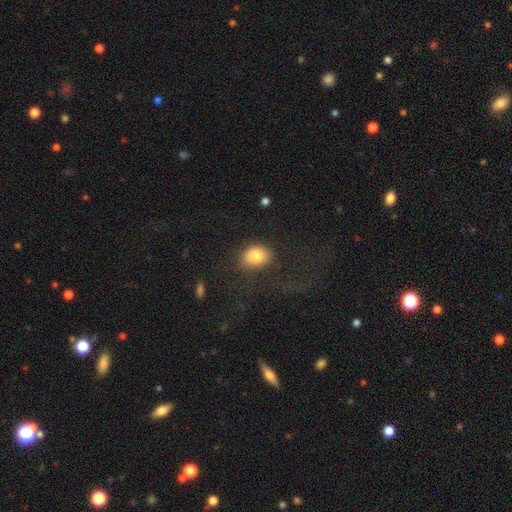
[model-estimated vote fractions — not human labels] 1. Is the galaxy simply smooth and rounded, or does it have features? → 82% smooth, 9% star or artifact, 9% featured or disk.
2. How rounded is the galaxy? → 66% in between, 32% round, 1% cigar-shaped.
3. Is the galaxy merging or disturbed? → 67% none, 18% minor disturbance, 13% major disturbance, 2% merger.